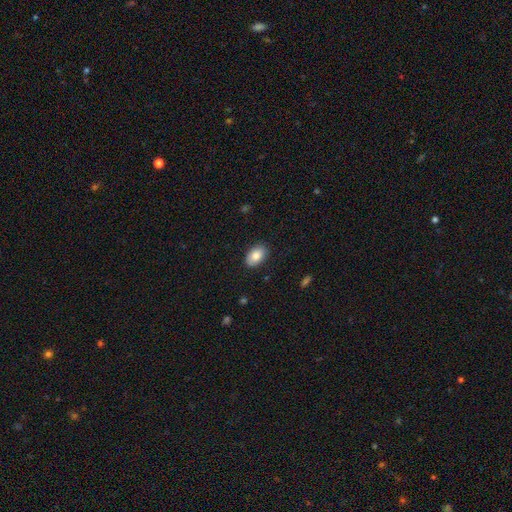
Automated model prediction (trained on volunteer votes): smooth_or_featured: smooth (p=0.84) [alt: featured or disk p=0.09]
how_rounded: in between (p=0.90) [alt: round p=0.09]
merging: none (p=0.87) [alt: minor disturbance p=0.10]